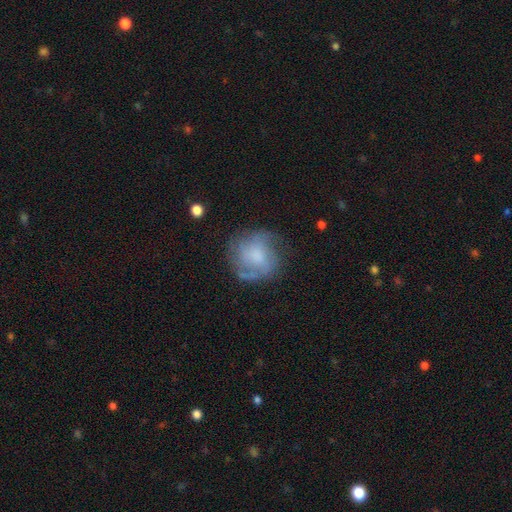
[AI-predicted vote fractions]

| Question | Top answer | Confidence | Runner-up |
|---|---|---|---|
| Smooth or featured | featured or disk | 52% | smooth (39%) |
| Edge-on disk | no | 97% | yes (3%) |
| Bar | no | 70% | weak (26%) |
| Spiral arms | yes | 73% | no (27%) |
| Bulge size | moderate | 39% | small (27%) |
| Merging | none | 62% | minor disturbance (22%) |